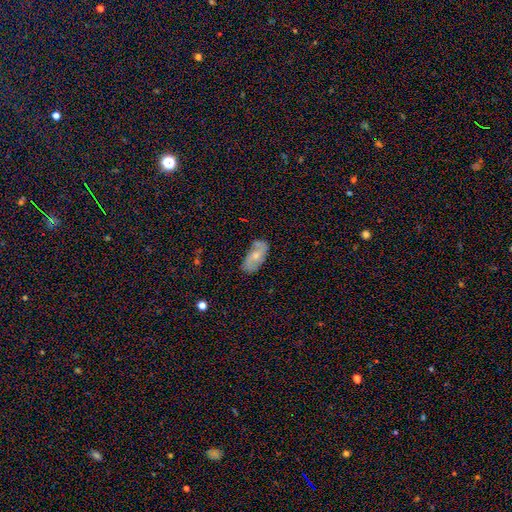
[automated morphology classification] smooth-or-featured: featured or disk: 54% | smooth: 38% | star or artifact: 8%
  disk-edge-on: no: 92% | yes: 8%
  merging: none: 72% | minor disturbance: 20% | major disturbance: 5% | merger: 2%